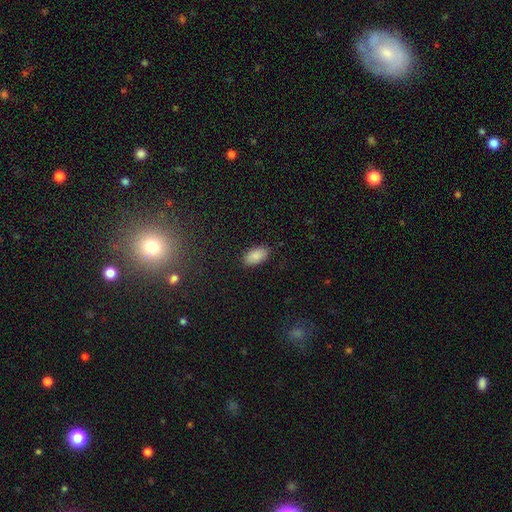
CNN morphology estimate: Q: Smooth or featured?
A: smooth (88%); runner-up: star or artifact (7%)
Q: How rounded?
A: in between (94%); runner-up: round (3%)
Q: Merging?
A: none (87%); runner-up: minor disturbance (9%)